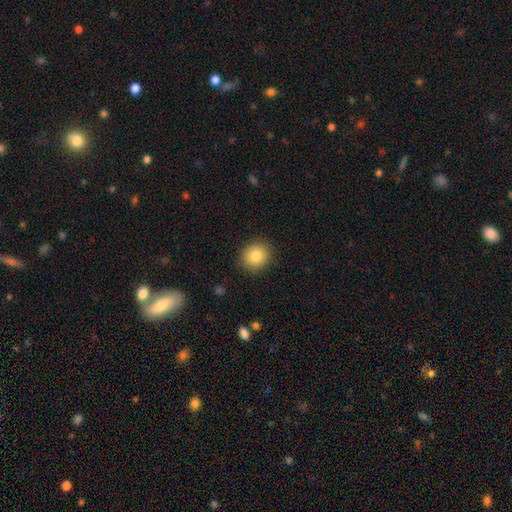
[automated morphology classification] Smooth or featured?
  - smooth: 83% *
  - star or artifact: 9%
  - featured or disk: 8%
How rounded?
  - round: 81% *
  - in between: 18%
  - cigar-shaped: 1%
Merging?
  - none: 89% *
  - minor disturbance: 8%
  - major disturbance: 2%
  - merger: 1%